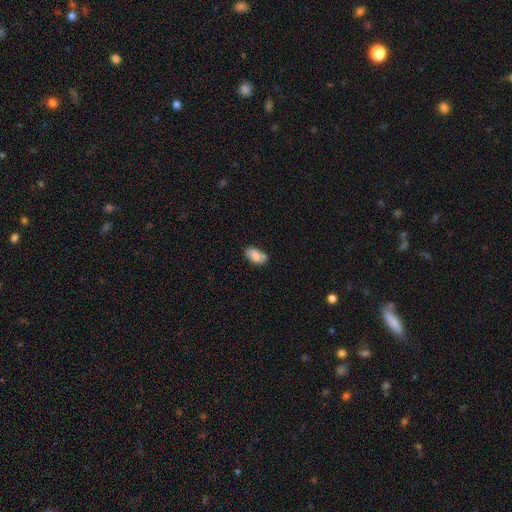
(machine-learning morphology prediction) smooth-or-featured: smooth: 68% | featured or disk: 25% | star or artifact: 8%
  how-rounded: in between: 91% | round: 6% | cigar-shaped: 2%
  merging: none: 59% | minor disturbance: 23% | merger: 13% | major disturbance: 5%